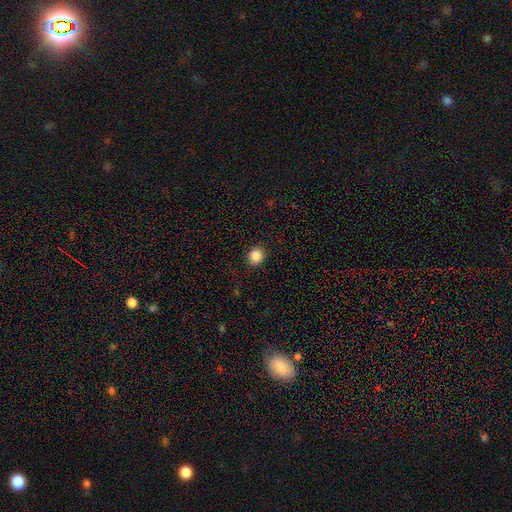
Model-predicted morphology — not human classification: This is clearly a smooth galaxy (85%). How rounded: clearly round (81%). Merging: clearly none (91%).